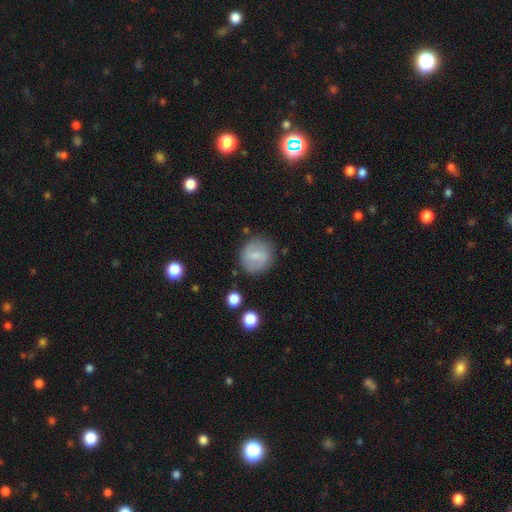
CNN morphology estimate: A smooth galaxy with no disk features (65%) that is round (85%). Merging: none (81%).